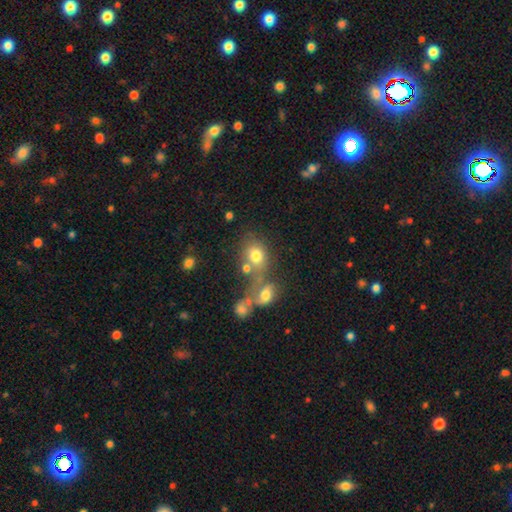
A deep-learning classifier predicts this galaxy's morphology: smooth 73%, featured or disk 14%, star or artifact 13%. Down the decision tree: how rounded — round (54%); merging — none (41%).